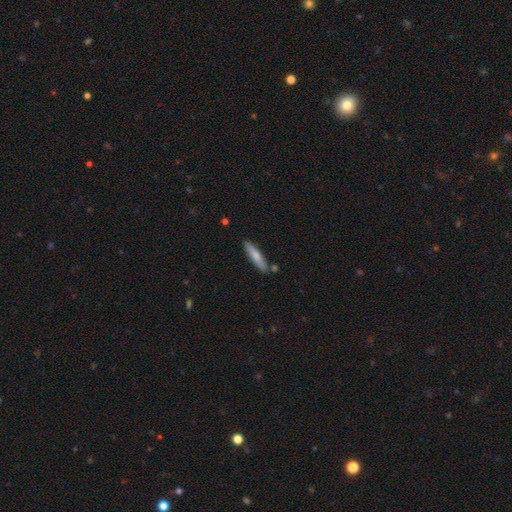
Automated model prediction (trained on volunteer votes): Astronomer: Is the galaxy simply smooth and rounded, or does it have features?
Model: smooth — 72%.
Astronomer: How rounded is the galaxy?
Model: cigar-shaped — 87%.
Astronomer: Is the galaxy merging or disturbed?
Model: none — 81%.